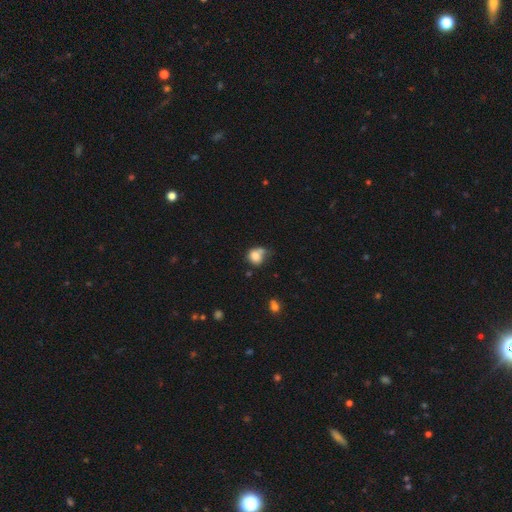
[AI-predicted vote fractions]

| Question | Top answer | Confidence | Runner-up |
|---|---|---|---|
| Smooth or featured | smooth | 80% | featured or disk (10%) |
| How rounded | round | 72% | in between (27%) |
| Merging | none | 41% | minor disturbance (25%) |